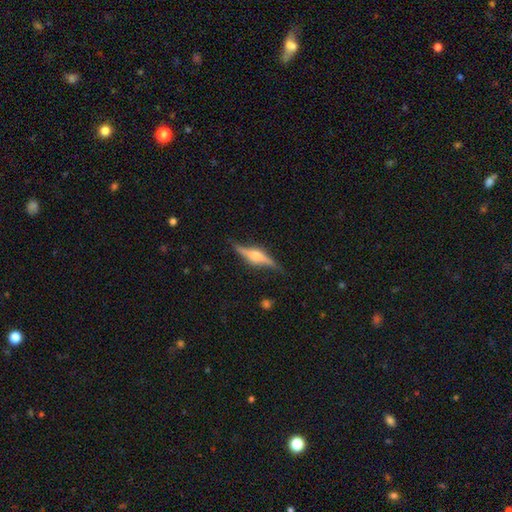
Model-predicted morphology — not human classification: This is likely a featured or disk galaxy (78%). It is clearly viewed edge-on (91%). Edge-on bulge: clearly rounded (88%). Merging: likely none (77%).